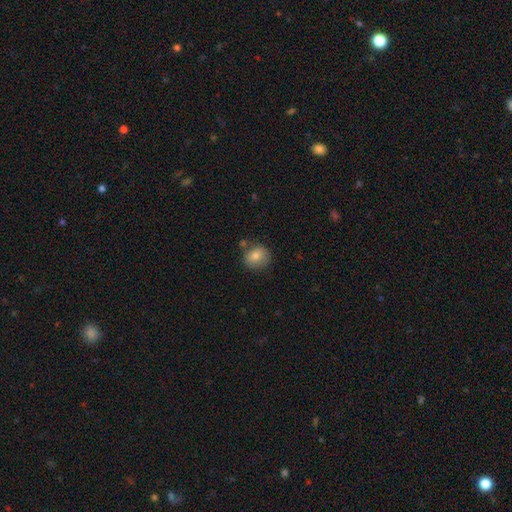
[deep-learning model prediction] Smooth or featured? smooth (78%)
How rounded? round (74%)
Merging? none (73%)